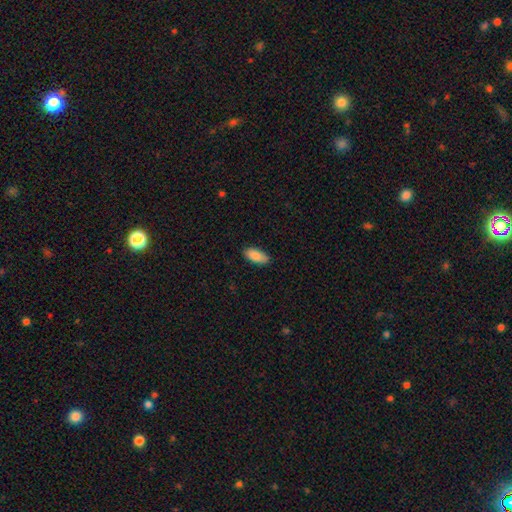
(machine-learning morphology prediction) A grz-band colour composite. It shows a smooth galaxy with no disk features (89%) that is in between round and cigar-shaped (87%). Merging: none (87%).